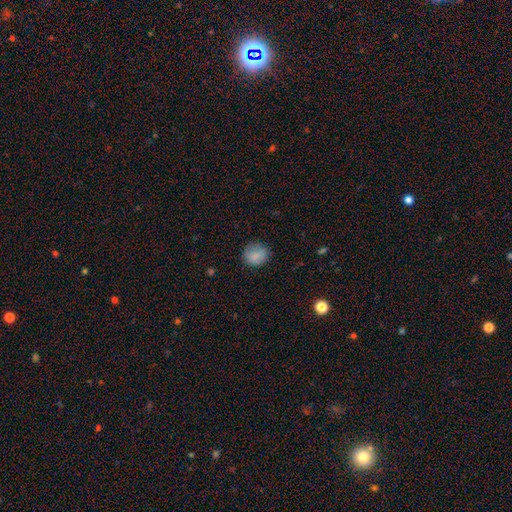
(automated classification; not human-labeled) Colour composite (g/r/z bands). It shows a smooth galaxy with no disk features (83%) that is round (78%). Merging: none (80%).